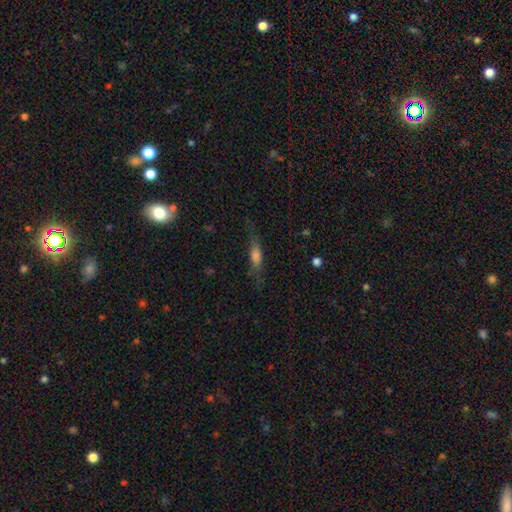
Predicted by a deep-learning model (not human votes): A smooth galaxy with no disk features (50%).

Vote fractions:
- Smooth or featured? smooth: 50% / featured or disk: 39% / star or artifact: 11%
- Merging? none: 69% / minor disturbance: 20% / major disturbance: 10% / merger: 2%